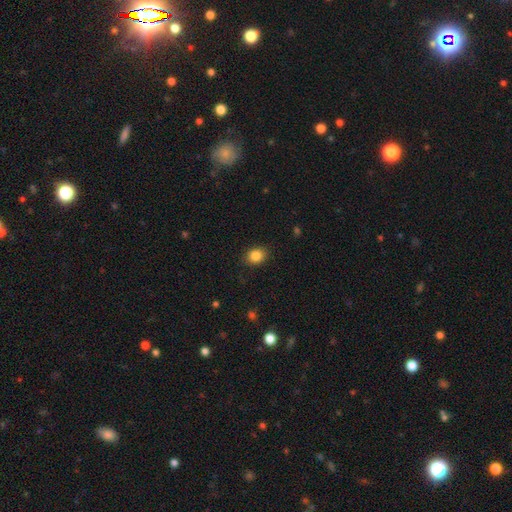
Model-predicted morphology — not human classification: A smooth galaxy with no disk features (86%) that is round (52%). Merging: none (87%).